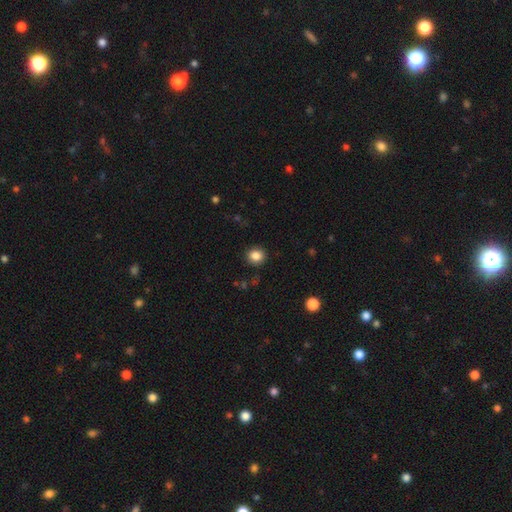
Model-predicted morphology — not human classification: The model was most divided on "how rounded": round: 83%, in between: 16%, cigar-shaped: 1%. More confident: merging — none (89%); smooth or featured — smooth (85%).